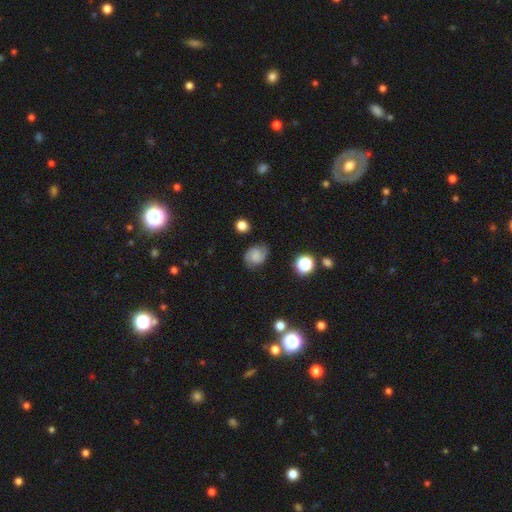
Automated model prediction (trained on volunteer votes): A featured or disk galaxy (53%) with no bar (55%), spiral arms (93%) and no central bulge (44%).

Vote fractions:
- Smooth or featured? featured or disk: 53% / smooth: 36% / star or artifact: 11%
- Edge-on disk? no: 97% / yes: 3%
- Bar? no: 55% / weak: 37% / strong: 8%
- Spiral arms? yes: 93% / no: 7%
- Bulge size? none: 44% / small: 26% / moderate: 18% / large: 9% / dominant: 3%
- Merging? none: 74% / minor disturbance: 18% / major disturbance: 6% / merger: 2%